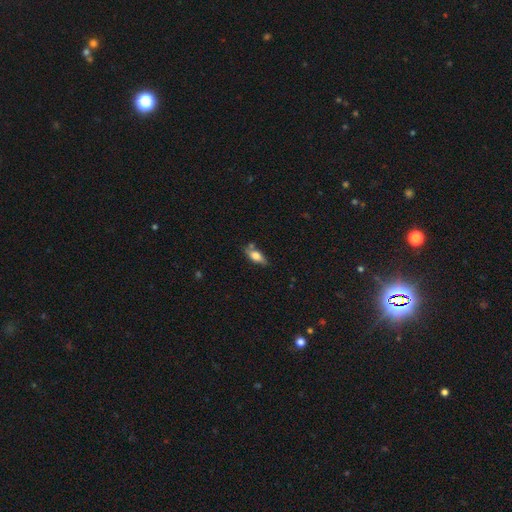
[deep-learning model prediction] Q: Smooth or featured?
A: smooth (65%); runner-up: featured or disk (28%)
Q: How rounded?
A: in between (74%); runner-up: cigar-shaped (22%)
Q: Merging?
A: none (64%); runner-up: minor disturbance (23%)